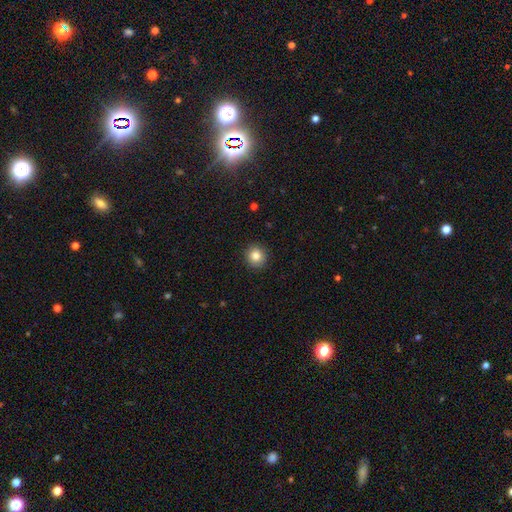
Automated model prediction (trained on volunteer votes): This appears to be a smooth galaxy with no disk features (84%) that is round (90%). Merging: none (92%).